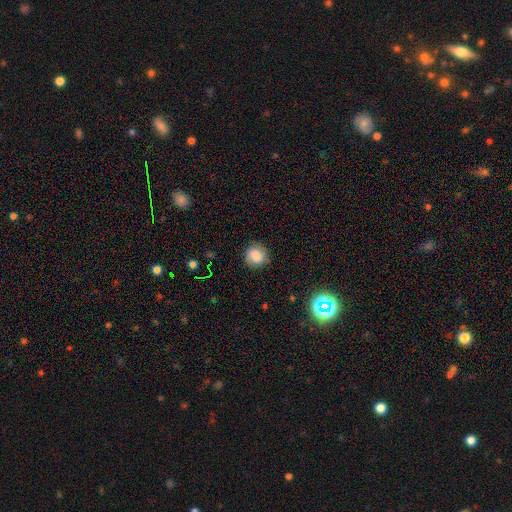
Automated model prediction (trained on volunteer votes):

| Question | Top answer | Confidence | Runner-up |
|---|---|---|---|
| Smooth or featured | smooth | 81% | star or artifact (10%) |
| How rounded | round | 86% | in between (13%) |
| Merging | none | 82% | minor disturbance (13%) |